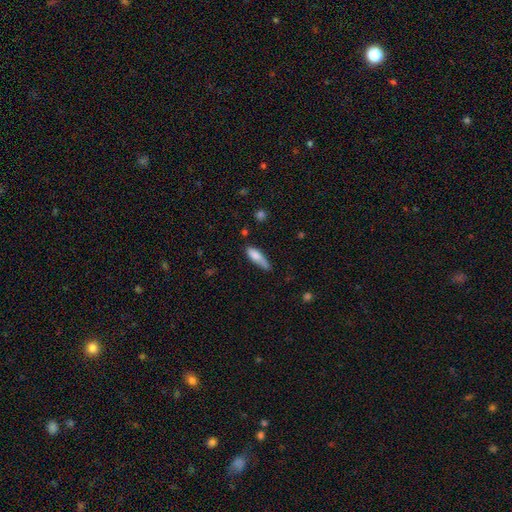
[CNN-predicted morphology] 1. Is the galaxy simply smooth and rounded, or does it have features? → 80% smooth, 13% featured or disk, 7% star or artifact.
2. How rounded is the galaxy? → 54% cigar-shaped, 44% in between, 2% round.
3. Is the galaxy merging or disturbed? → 50% none, 36% minor disturbance, 9% major disturbance, 5% merger.